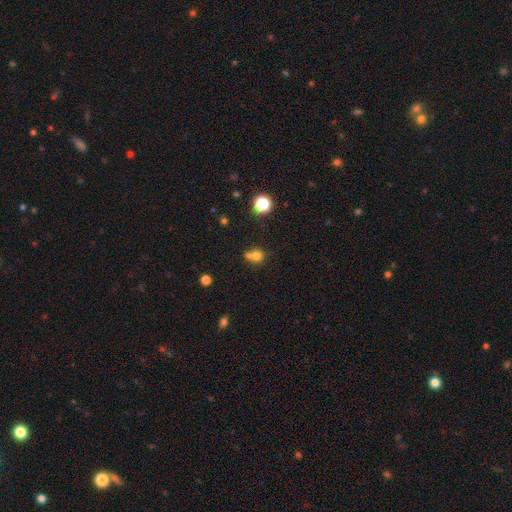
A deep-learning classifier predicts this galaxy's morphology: A smooth galaxy with no disk features (73%) that is round (80%).

Vote fractions:
- Smooth or featured? smooth: 73% / star or artifact: 16% / featured or disk: 11%
- How rounded? round: 80% / in between: 19% / cigar-shaped: 1%
- Merging? merger: 43% (tied) / none: 43% (tied) / minor disturbance: 10% / major disturbance: 4%